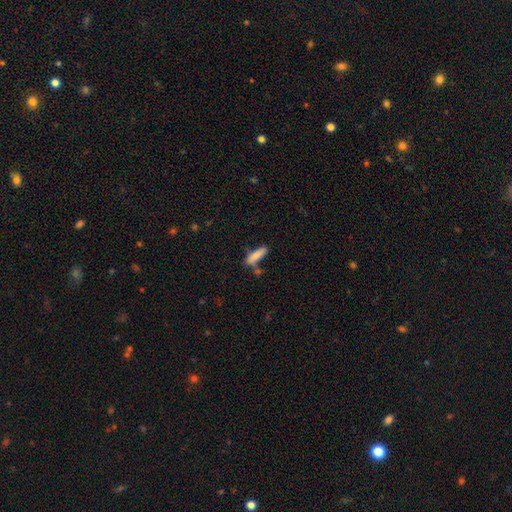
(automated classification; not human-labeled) Overall: smooth (83%). How rounded: cigar-shaped (66%; in between 33%). Merging: none (64%).